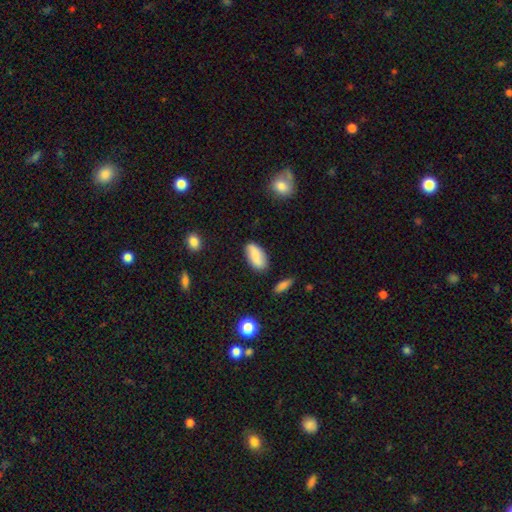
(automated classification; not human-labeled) Q: Smooth or featured?
A: smooth (80%); runner-up: featured or disk (12%)
Q: How rounded?
A: in between (90%); runner-up: cigar-shaped (7%)
Q: Merging?
A: none (80%); runner-up: minor disturbance (14%)